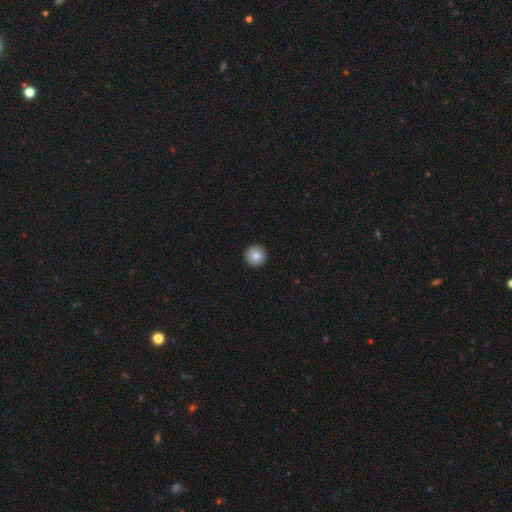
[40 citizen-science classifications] This is clearly a smooth galaxy (95%). How rounded: clearly round (100%). Merging: clearly none (82%).